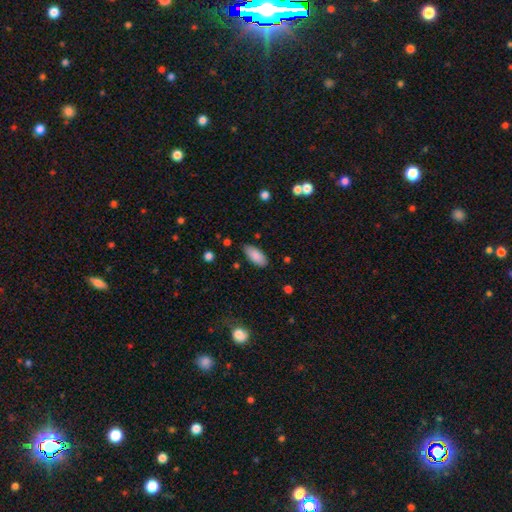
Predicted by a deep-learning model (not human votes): A smooth galaxy with no disk features (87%) that is in between round and cigar-shaped (87%). Merging: none (82%).